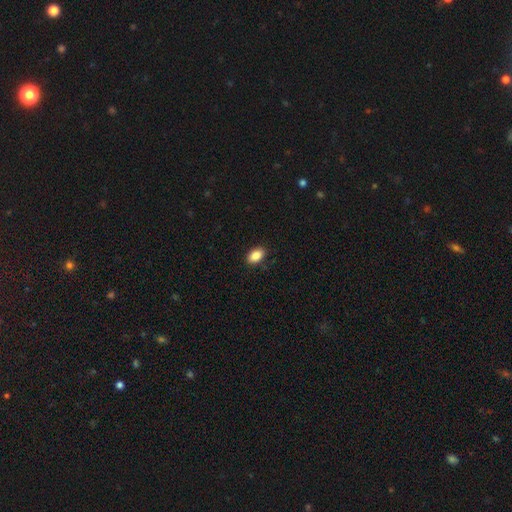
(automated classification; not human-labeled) Smooth or featured? smooth (88%)
How rounded? in between (90%)
Merging? none (89%)